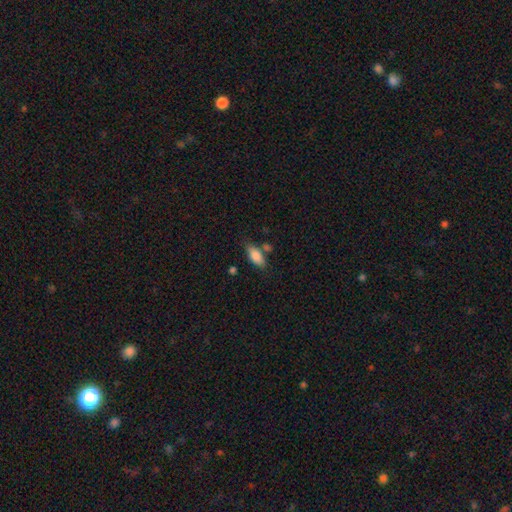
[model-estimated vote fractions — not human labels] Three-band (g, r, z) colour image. It shows a smooth galaxy with no disk features (84%) that is in between round and cigar-shaped (84%). Merging: none (67%).